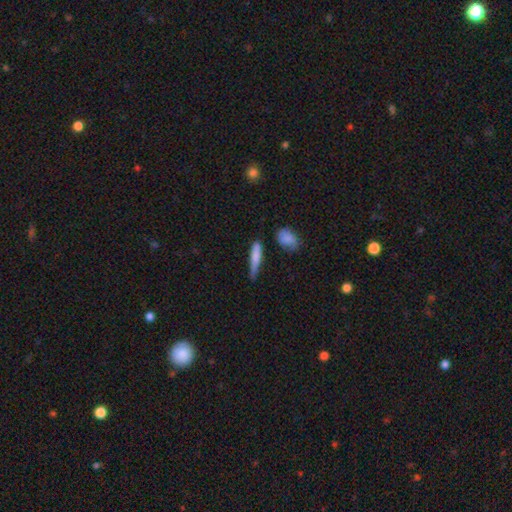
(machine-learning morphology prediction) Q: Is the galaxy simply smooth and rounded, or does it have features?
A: smooth — 75%.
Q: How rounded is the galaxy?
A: cigar-shaped — 82%.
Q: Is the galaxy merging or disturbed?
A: none — 58%.